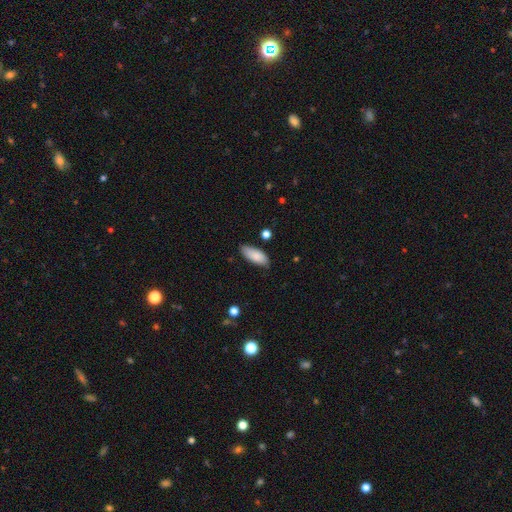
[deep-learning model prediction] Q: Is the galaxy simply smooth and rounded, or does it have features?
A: smooth — 86%.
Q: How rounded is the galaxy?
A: in between — 82%.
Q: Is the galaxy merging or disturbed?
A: none — 78%.